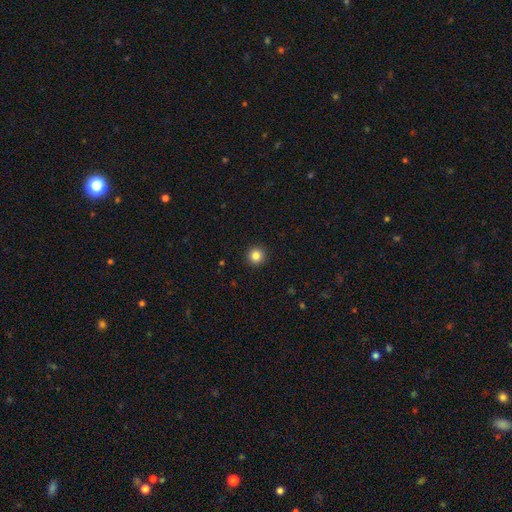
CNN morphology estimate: Q: Smooth or featured?
A: smooth (84%); runner-up: star or artifact (11%)
Q: How rounded?
A: round (96%); runner-up: in between (3%)
Q: Merging?
A: none (93%); runner-up: minor disturbance (4%)